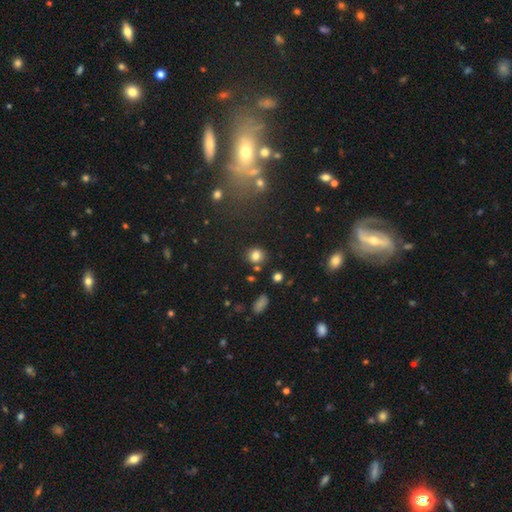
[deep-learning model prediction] smooth-or-featured: smooth: 80% | star or artifact: 13% | featured or disk: 7%
  how-rounded: round: 79% | in between: 20% | cigar-shaped: 1%
  merging: none: 82% | minor disturbance: 10% | merger: 5% | major disturbance: 3%